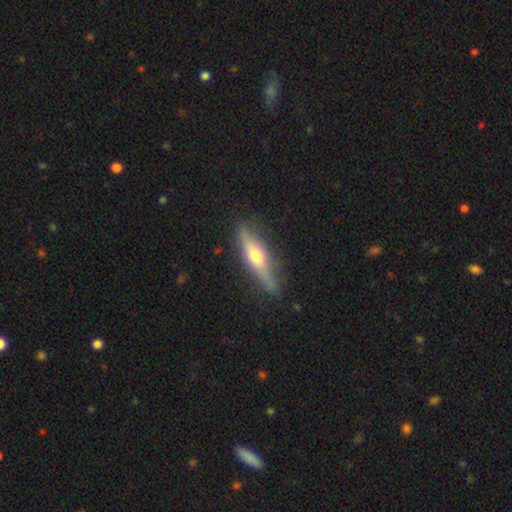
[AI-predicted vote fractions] Smooth or featured? Predicted: featured or disk (p=0.57). Edge-on disk? Predicted: yes (p=0.92). Edge-on bulge? Predicted: rounded (p=0.90). Merging? Predicted: none (p=0.83).